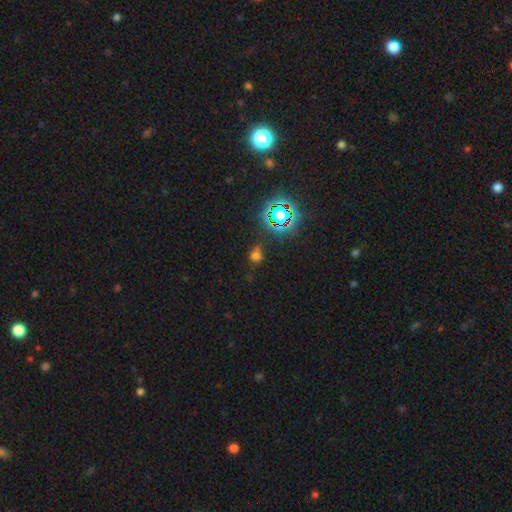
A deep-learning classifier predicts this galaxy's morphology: Q: Smooth or featured?
A: smooth (52%); runner-up: star or artifact (40%)
Q: How rounded?
A: round (77%); runner-up: in between (21%)
Q: Merging?
A: none (65%); runner-up: minor disturbance (14%)